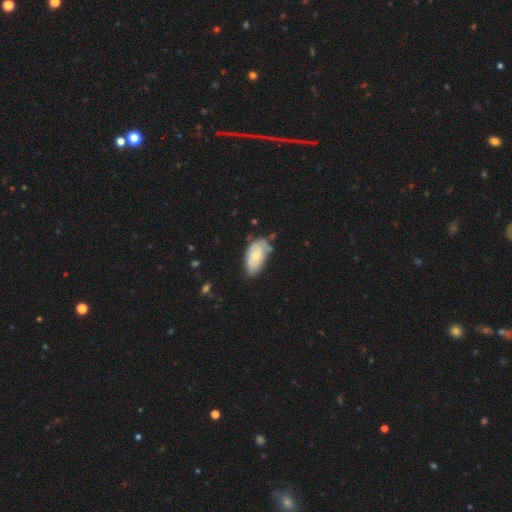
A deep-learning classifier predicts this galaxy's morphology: This appears to be a smooth galaxy with no disk features (52%) that is in between round and cigar-shaped (93%). Merging: none (53%).